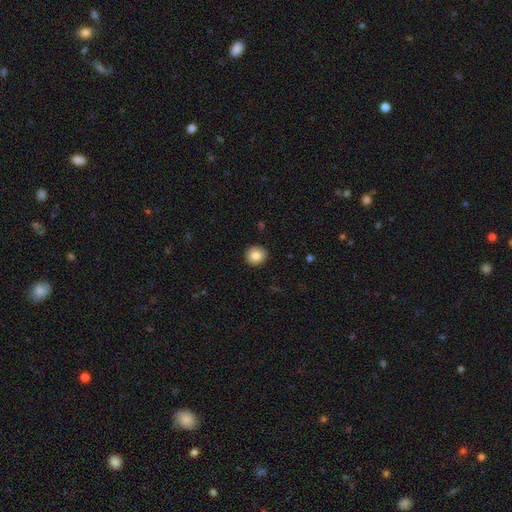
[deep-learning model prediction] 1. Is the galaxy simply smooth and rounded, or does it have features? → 82% smooth, 9% featured or disk, 8% star or artifact.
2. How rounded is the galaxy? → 88% round, 11% in between, 1% cigar-shaped.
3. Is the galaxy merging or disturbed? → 91% none, 7% minor disturbance, 2% major disturbance, 1% merger.